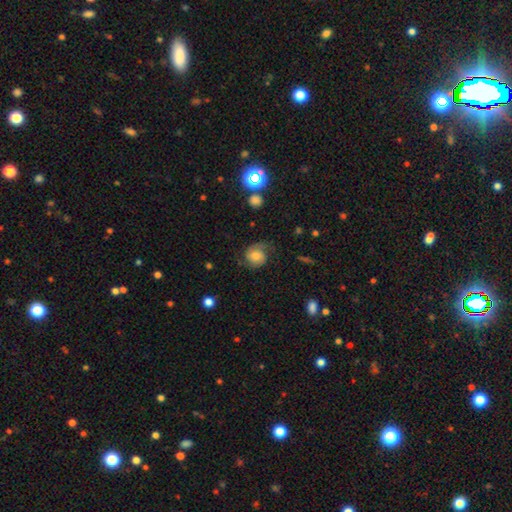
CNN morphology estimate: The model was most divided on "spiral winding": medium: 42%, tight: 34%, loose: 25%. More confident: edge-on disk — no (98%); spiral arms — yes (92%); bar — no (73%); spiral arm count — 2 (72%); merging — none (64%); smooth or featured — featured or disk (60%); bulge size — moderate (56%).